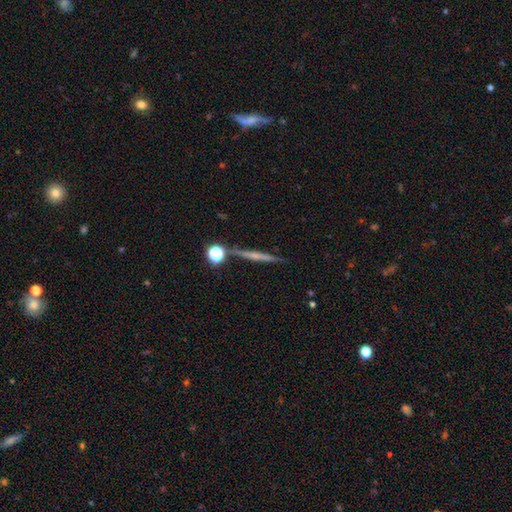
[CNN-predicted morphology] type=featured or disk (55%); edge-on=yes (96%); edge-on bulge=none (55%); merging=none (83%).